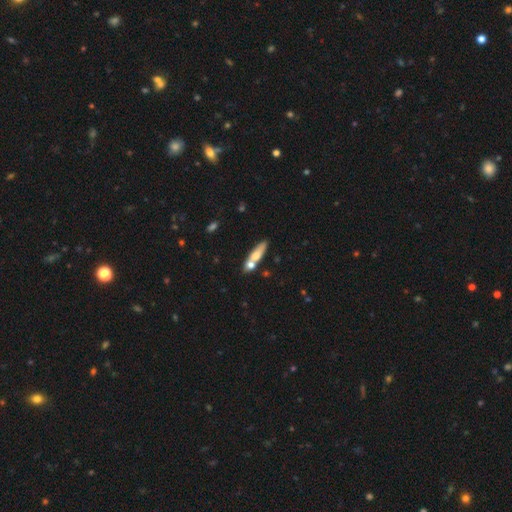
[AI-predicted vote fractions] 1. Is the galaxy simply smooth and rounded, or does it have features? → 61% smooth, 32% featured or disk, 7% star or artifact.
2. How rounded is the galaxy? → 68% cigar-shaped, 28% in between, 4% round.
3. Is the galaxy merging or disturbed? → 52% none, 31% merger, 13% minor disturbance, 4% major disturbance.